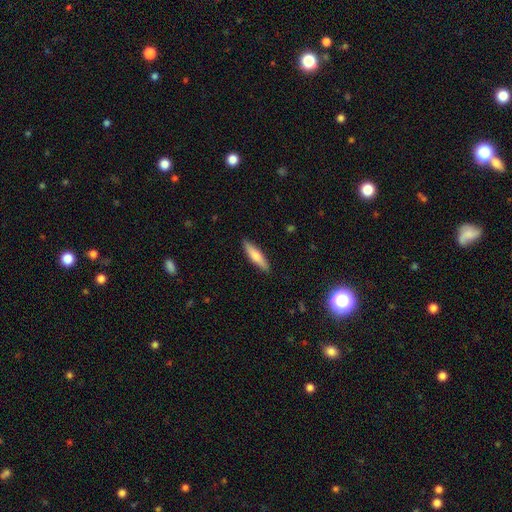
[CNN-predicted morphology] This is likely a smooth galaxy (71%). How rounded: likely cigar-shaped (75%). Merging: clearly none (89%).